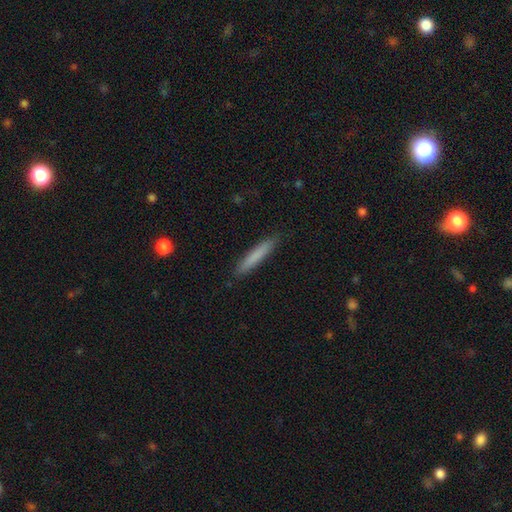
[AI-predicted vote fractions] A smooth galaxy with no disk features (79%) that is cigar-shaped (94%). Merging: none (89%).